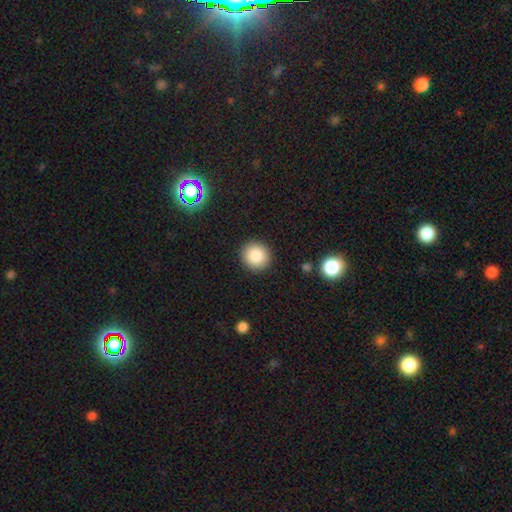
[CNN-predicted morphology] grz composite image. It shows a smooth galaxy with no disk features (85%) that is round (92%). Merging: none (91%).